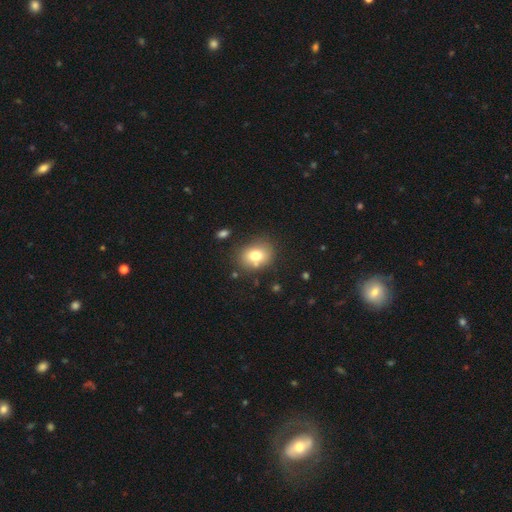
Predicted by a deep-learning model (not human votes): smooth-or-featured: smooth: 75% | featured or disk: 14% | star or artifact: 11%
  how-rounded: round: 52% | in between: 47% | cigar-shaped: 1%
  merging: none: 76% | minor disturbance: 14% | merger: 6% | major disturbance: 5%